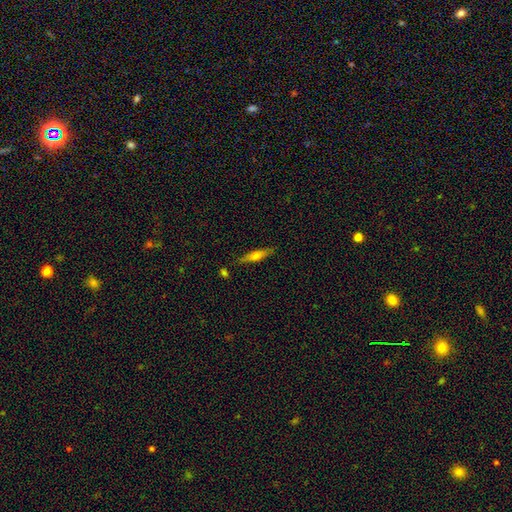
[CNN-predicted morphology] A smooth galaxy with no disk features (53%) that is cigar-shaped (77%). Merging: none (82%).